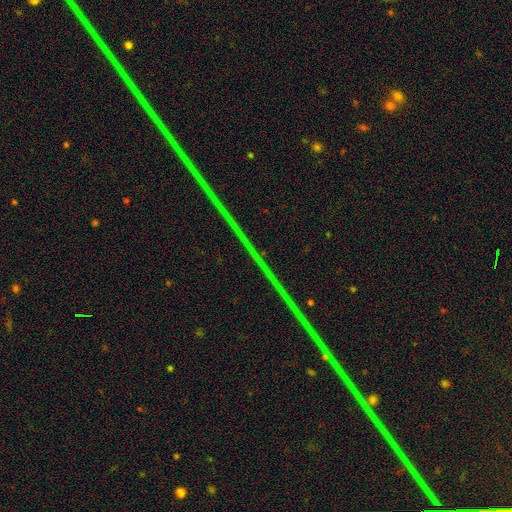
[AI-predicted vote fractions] Smooth or featured?
  - star or artifact: 89% *
  - featured or disk: 6%
  - smooth: 5%